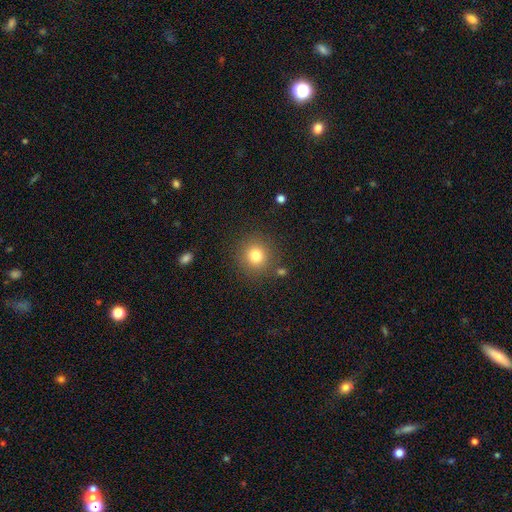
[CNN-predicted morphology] Q: Smooth or featured?
A: smooth (79%); runner-up: star or artifact (13%)
Q: How rounded?
A: round (93%); runner-up: in between (6%)
Q: Merging?
A: none (87%); runner-up: minor disturbance (7%)